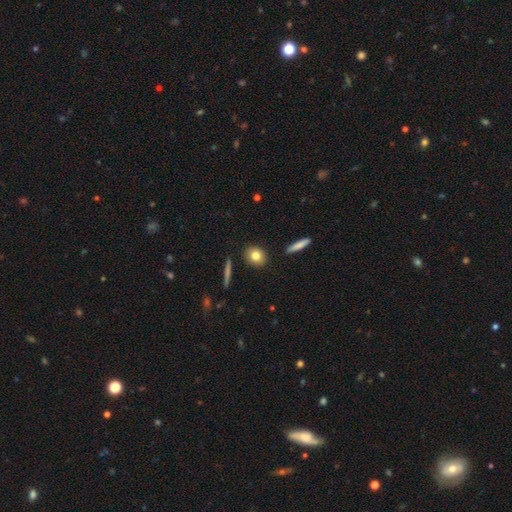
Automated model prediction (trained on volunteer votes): smooth 78%, featured or disk 13%, star or artifact 9%. Down the decision tree: how rounded — round (58%); merging — none (90%).